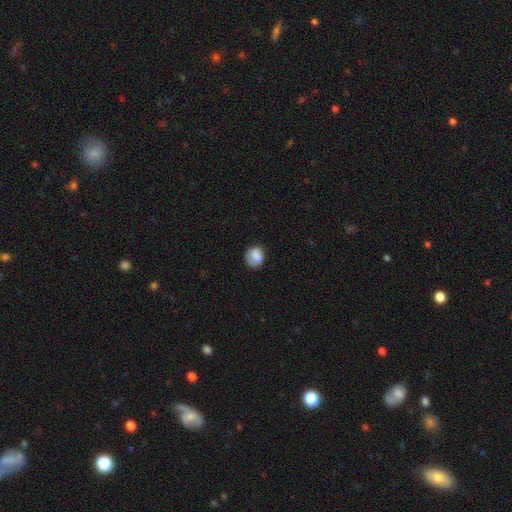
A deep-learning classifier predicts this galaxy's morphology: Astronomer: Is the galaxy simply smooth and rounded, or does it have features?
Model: smooth — 83%.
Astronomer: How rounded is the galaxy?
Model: round — 71%.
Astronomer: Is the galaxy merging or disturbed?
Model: none — 69%.